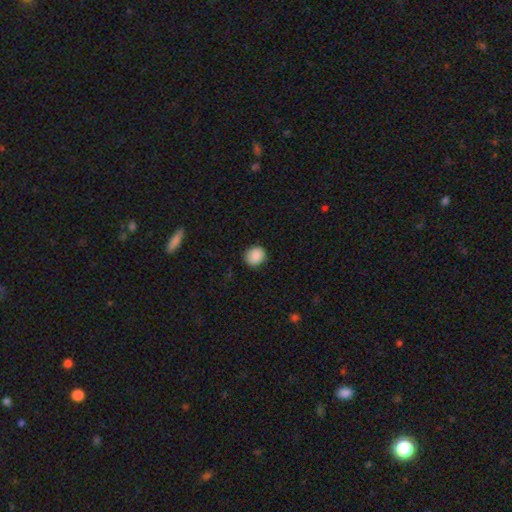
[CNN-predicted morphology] A smooth galaxy with no disk features (88%) that is round (82%). Merging: none (87%).